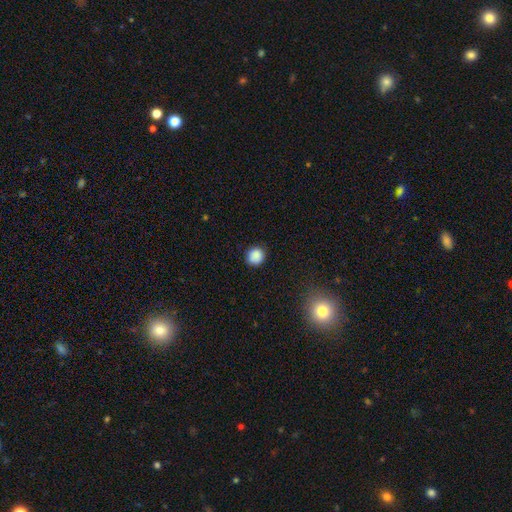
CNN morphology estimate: smooth 87%, star or artifact 10%, featured or disk 3%. Down the decision tree: how rounded — round (89%); merging — none (86%).